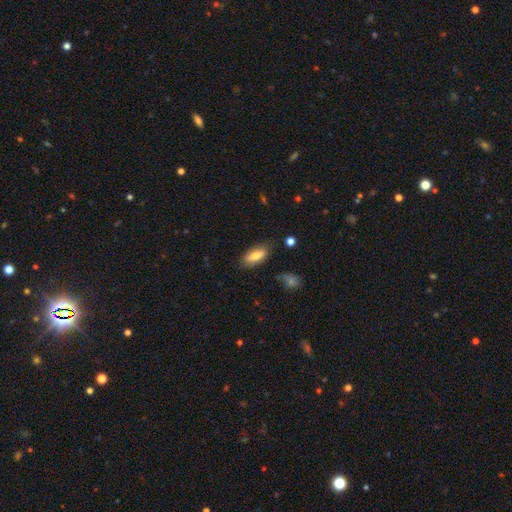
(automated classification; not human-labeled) This appears to be a smooth galaxy with no disk features (74%) that is in between round and cigar-shaped (80%). Merging: none (79%).